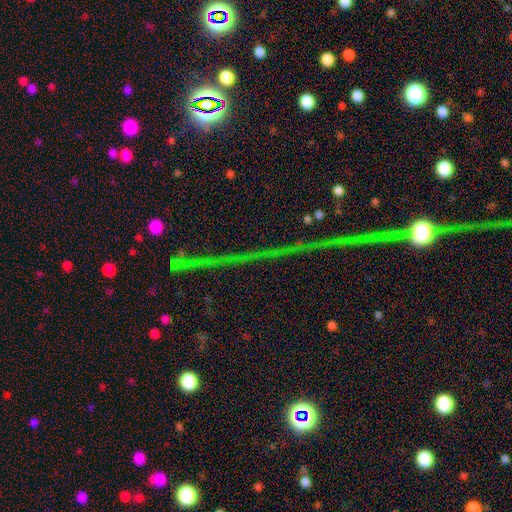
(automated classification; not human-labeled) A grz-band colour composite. It shows a star or artifact, not a galaxy (77%).